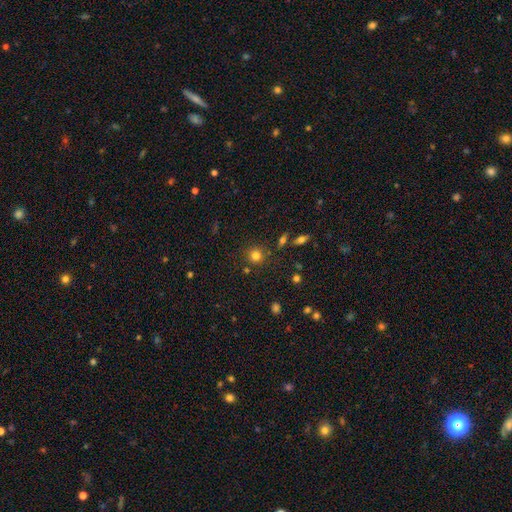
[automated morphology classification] Smooth or featured: smooth — 79% (star or artifact — 14%)
How rounded: round — 91% (in between — 8%)
Merging: none — 81% (minor disturbance — 9%)